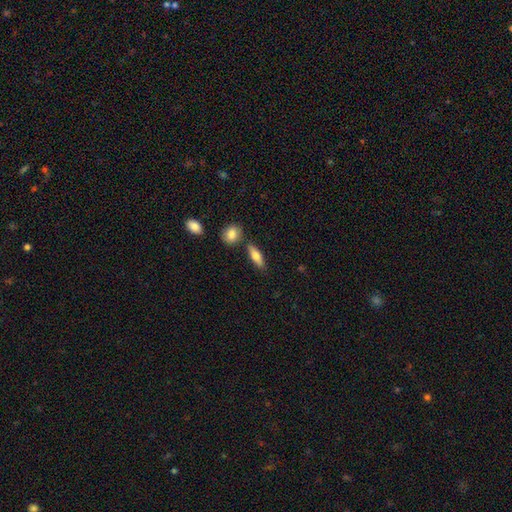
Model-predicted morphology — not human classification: Overall: smooth (69%). How rounded: in between (56%; cigar-shaped 40%). Merging: none (77%).